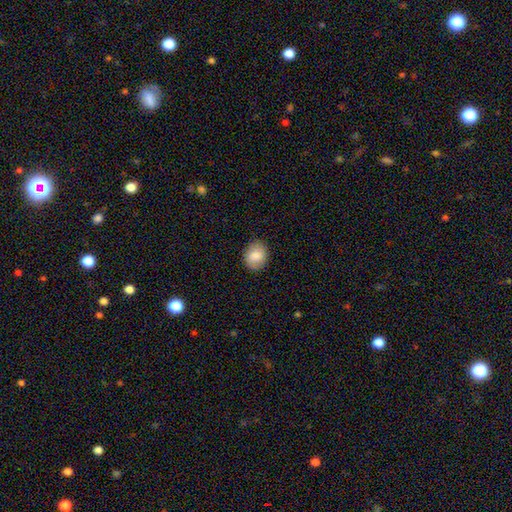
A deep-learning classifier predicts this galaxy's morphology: type=smooth (84%); roundness=round (54%); merging=none (87%).